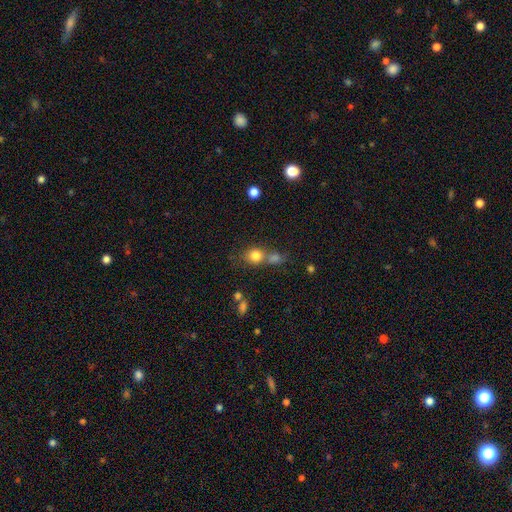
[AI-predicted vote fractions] Morphology: type=smooth (79%); roundness=round (75%); merging=none (43%, tied with merger).